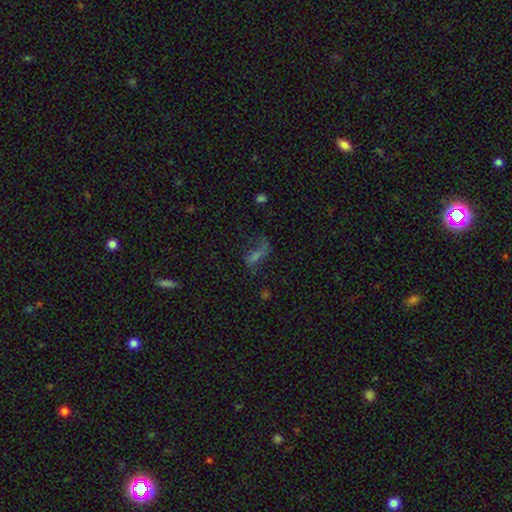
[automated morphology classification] Smooth or featured? Predicted: smooth (p=0.39). Merging? Predicted: none (p=0.43).